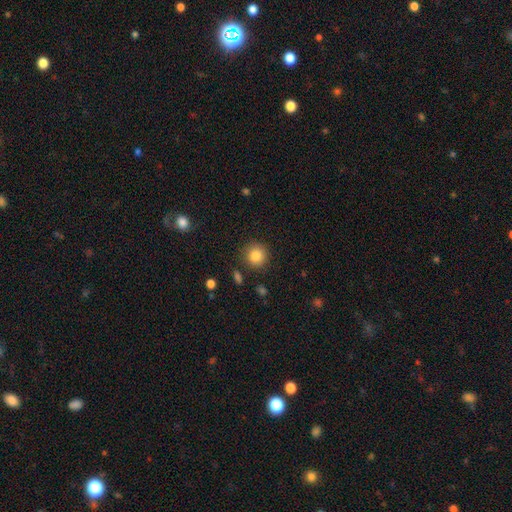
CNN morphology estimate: The model was most divided on "smooth or featured": smooth: 84%, star or artifact: 10%, featured or disk: 6%. More confident: how rounded — round (92%); merging — none (88%).